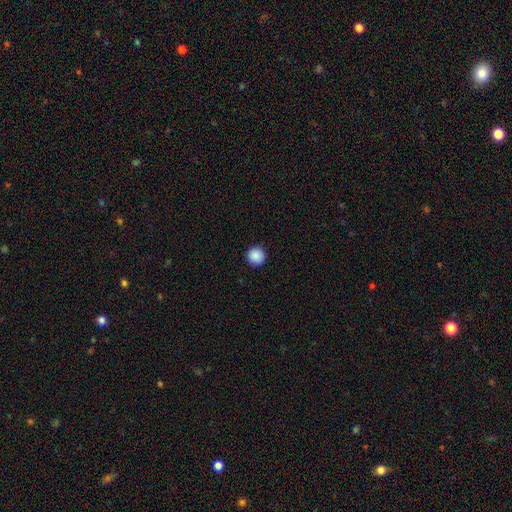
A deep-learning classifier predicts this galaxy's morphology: A smooth galaxy with no disk features (89%) that is round (96%).

Vote fractions:
- Smooth or featured? smooth: 89% / star or artifact: 9% / featured or disk: 3%
- How rounded? round: 96% / in between: 3% / cigar-shaped: 1%
- Merging? none: 93% / minor disturbance: 5% / major disturbance: 2% / merger: 1%